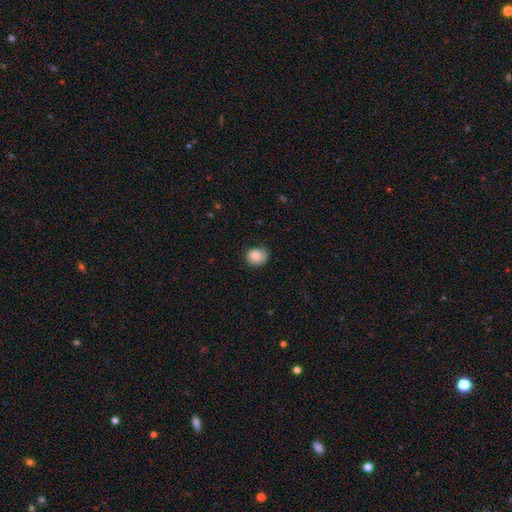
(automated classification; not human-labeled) Smooth or featured? Predicted: smooth (p=0.82). How rounded? Predicted: round (p=0.72). Merging? Predicted: none (p=0.66).